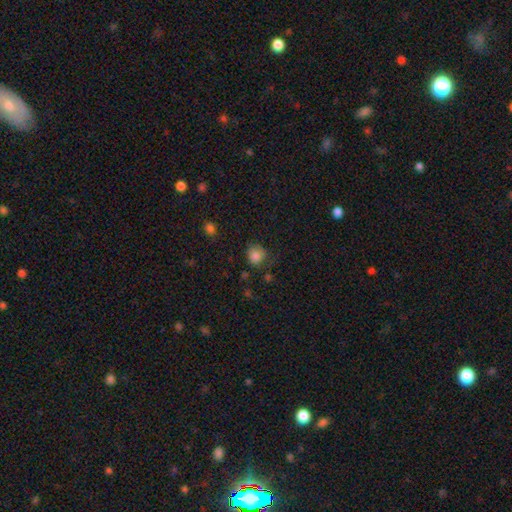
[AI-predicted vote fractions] Morphology: type=smooth (83%); roundness=round (80%); merging=none (62%).